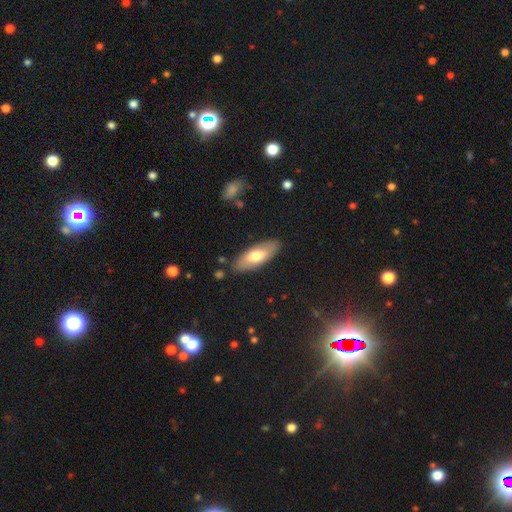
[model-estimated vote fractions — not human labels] Smooth or featured?
  - smooth: 64% *
  - featured or disk: 30%
  - star or artifact: 6%
How rounded?
  - in between: 77% *
  - cigar-shaped: 21%
  - round: 2%
Merging?
  - none: 85% *
  - minor disturbance: 11%
  - major disturbance: 2%
  - merger: 2%